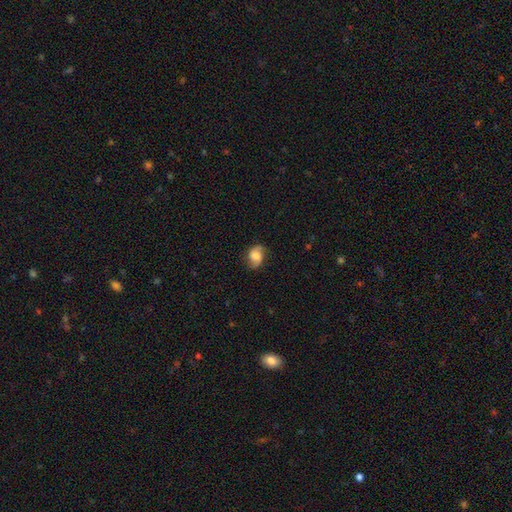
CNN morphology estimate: Overall: featured or disk (48%; smooth 43%). Merging: none (74%).